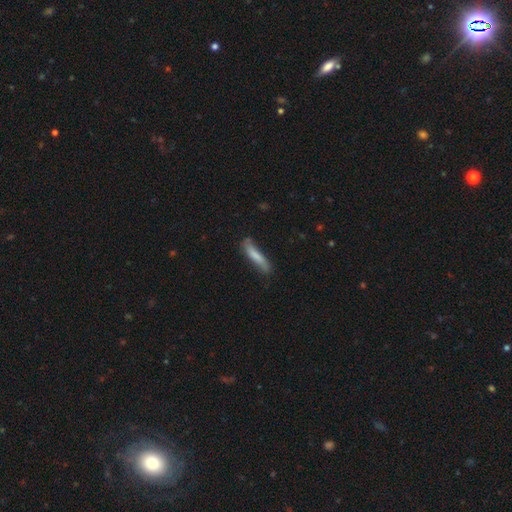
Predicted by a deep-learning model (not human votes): Overall: smooth (73%). How rounded: cigar-shaped (86%). Merging: none (64%; minor disturbance 27%).